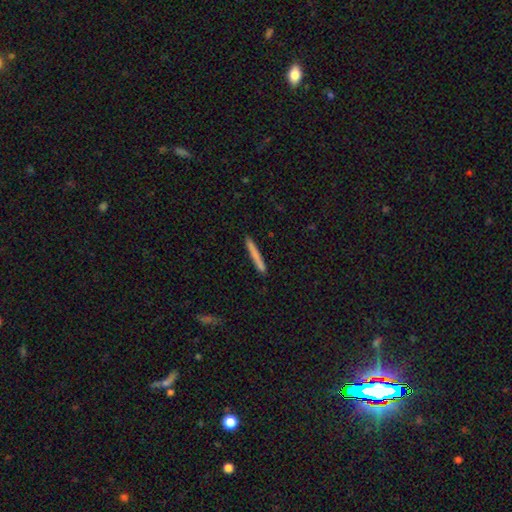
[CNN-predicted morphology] smooth 74%, featured or disk 20%, star or artifact 6%. Down the decision tree: how rounded — cigar-shaped (97%); merging — none (90%).